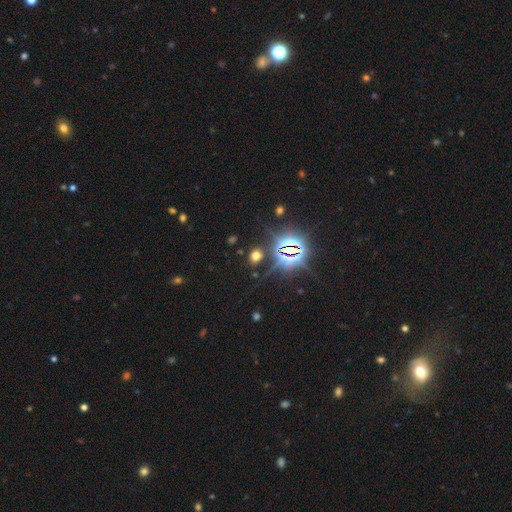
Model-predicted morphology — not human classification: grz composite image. It shows a smooth galaxy with no disk features (47%). Merging: none (83%).